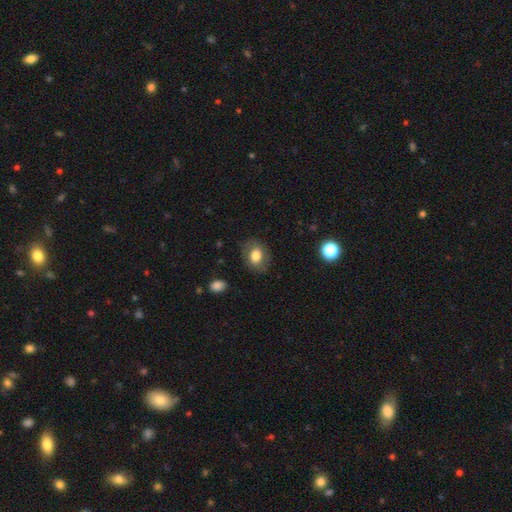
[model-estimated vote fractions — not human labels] A smooth galaxy with no disk features (76%) that is in between round and cigar-shaped (65%). Merging: none (81%).